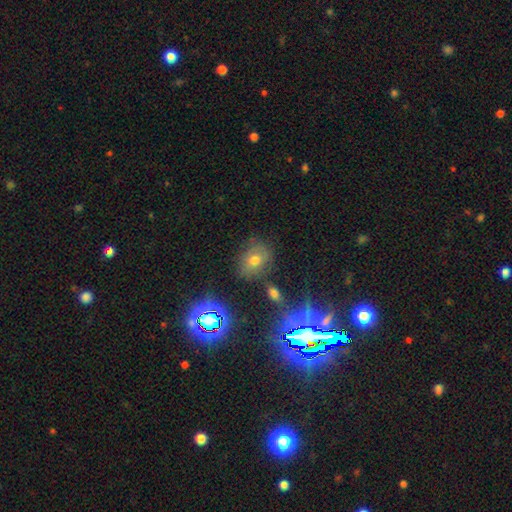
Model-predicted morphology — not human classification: Smooth or featured: smooth — 43% (star or artifact — 40%)
Merging: none — 79% (minor disturbance — 13%)